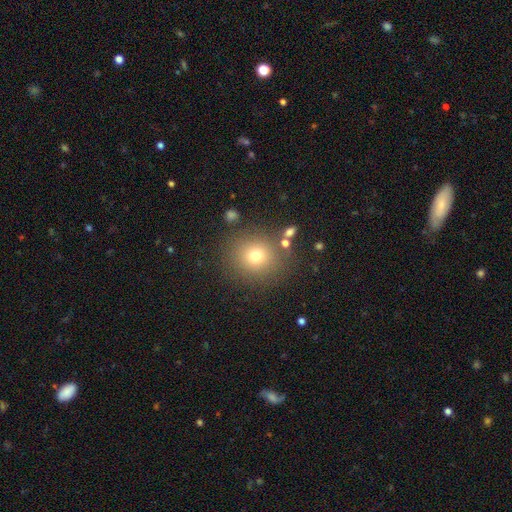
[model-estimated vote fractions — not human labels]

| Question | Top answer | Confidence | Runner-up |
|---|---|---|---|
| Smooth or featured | smooth | 72% | star or artifact (17%) |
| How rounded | round | 88% | in between (11%) |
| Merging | none | 83% | minor disturbance (9%) |